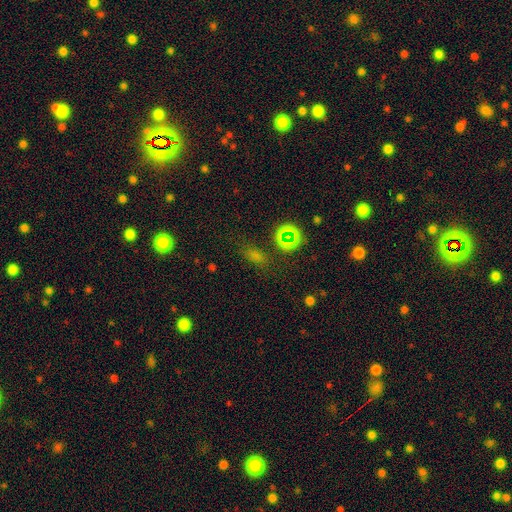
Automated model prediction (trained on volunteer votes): Q: Smooth or featured?
A: smooth (48%); runner-up: star or artifact (41%)
Q: Merging?
A: none (74%); runner-up: minor disturbance (15%)